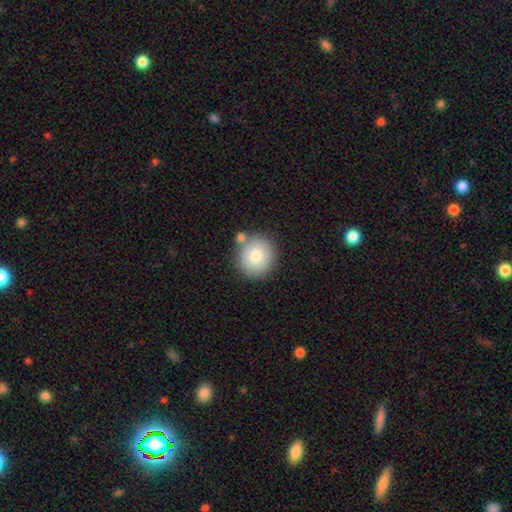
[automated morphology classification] Smooth or featured? Predicted: smooth (p=0.79). How rounded? Predicted: round (p=0.92). Merging? Predicted: none (p=0.74).